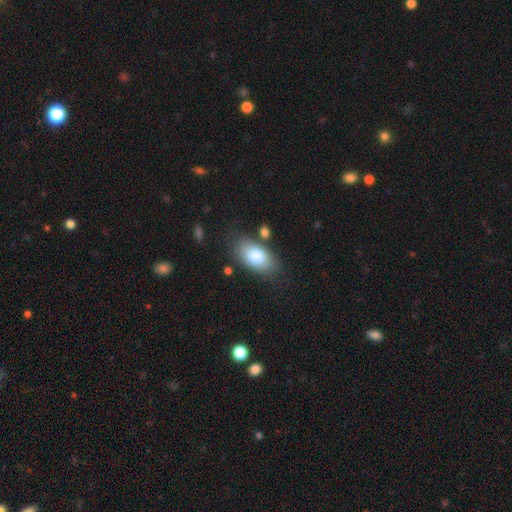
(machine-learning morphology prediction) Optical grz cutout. It shows a smooth galaxy with no disk features (80%) that is in between round and cigar-shaped (92%). Merging: none (75%).